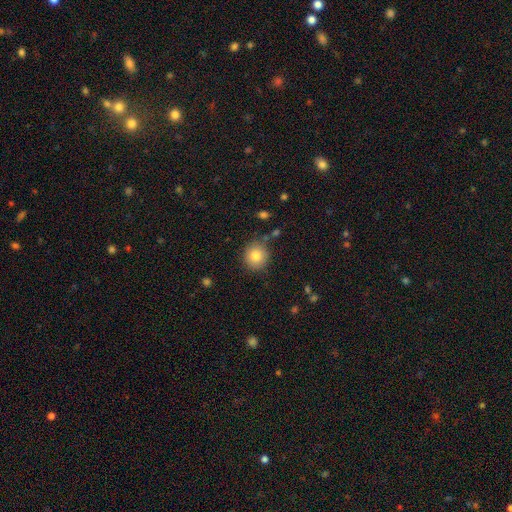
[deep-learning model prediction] Smooth or featured? smooth (81%)
How rounded? round (90%)
Merging? none (83%)